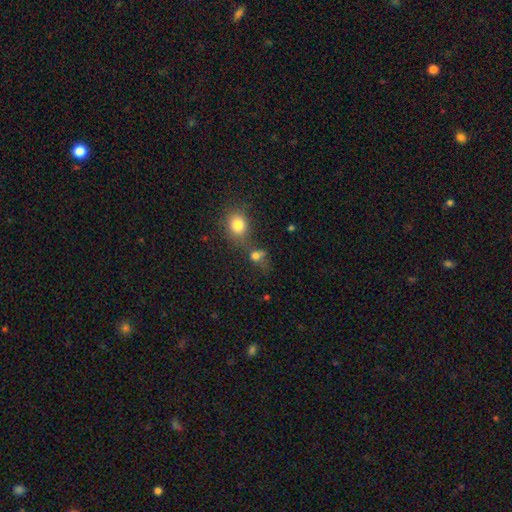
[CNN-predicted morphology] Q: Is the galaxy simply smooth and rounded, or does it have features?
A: smooth — 69%.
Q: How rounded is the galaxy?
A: round — 60%.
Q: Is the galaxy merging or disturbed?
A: none — 40%.